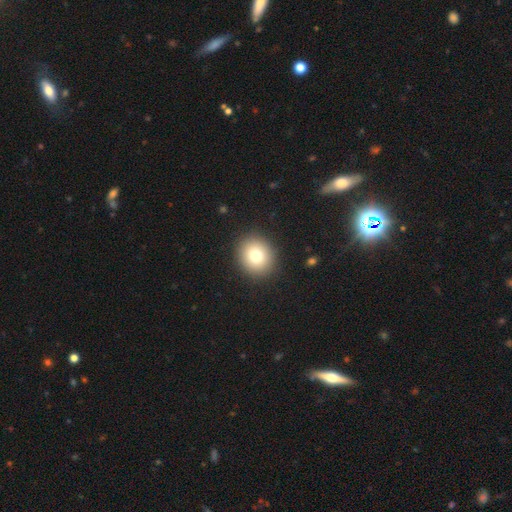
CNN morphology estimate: Q: Smooth or featured?
A: smooth (78%); runner-up: featured or disk (11%)
Q: How rounded?
A: round (80%); runner-up: in between (19%)
Q: Merging?
A: none (91%); runner-up: minor disturbance (6%)